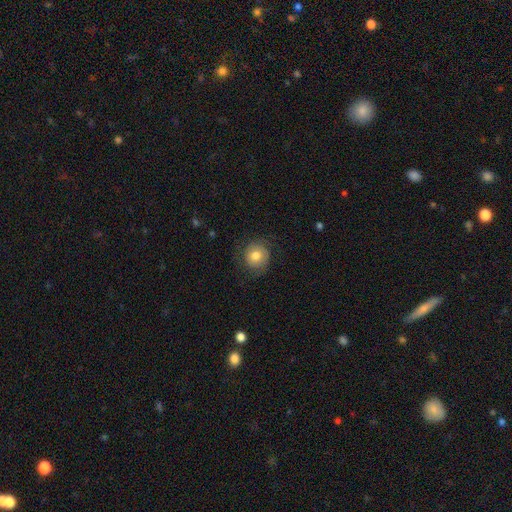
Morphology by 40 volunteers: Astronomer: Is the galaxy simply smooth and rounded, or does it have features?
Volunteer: smooth — 88%.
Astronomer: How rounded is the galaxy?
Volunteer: round — 89%.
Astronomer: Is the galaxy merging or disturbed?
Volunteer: none — 49% (runner-up: minor disturbance, 30%).